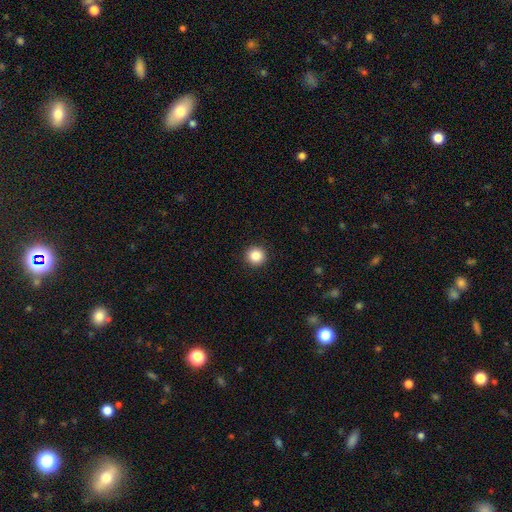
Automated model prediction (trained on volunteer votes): Morphology: type=smooth (86%); roundness=round (95%); merging=none (93%).